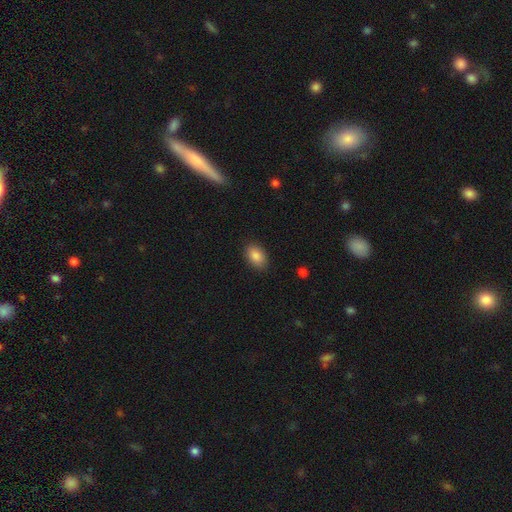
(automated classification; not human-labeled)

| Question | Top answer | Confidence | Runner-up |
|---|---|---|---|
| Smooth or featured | smooth | 87% | star or artifact (8%) |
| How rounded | in between | 90% | round (9%) |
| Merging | none | 87% | minor disturbance (9%) |